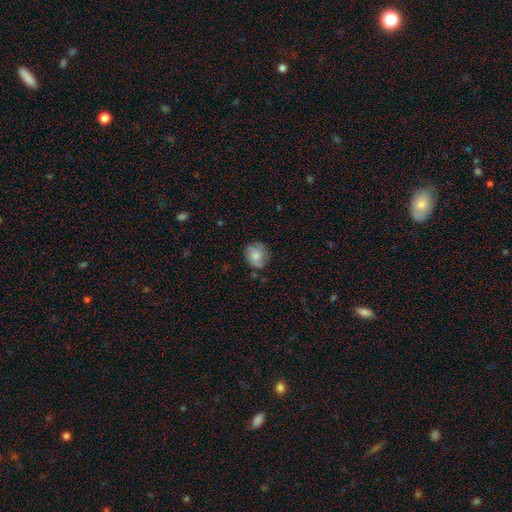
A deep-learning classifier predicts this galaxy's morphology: Smooth or featured? Predicted: smooth (p=0.64). How rounded? Predicted: round (p=0.70). Merging? Predicted: none (p=0.70).